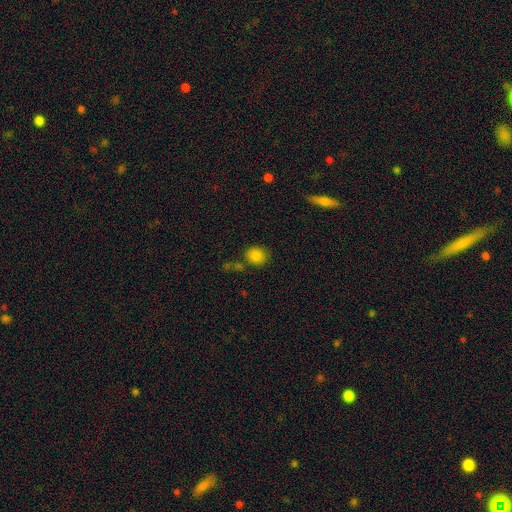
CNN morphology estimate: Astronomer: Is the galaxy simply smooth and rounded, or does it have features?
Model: smooth — 83%.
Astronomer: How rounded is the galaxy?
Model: round — 77%.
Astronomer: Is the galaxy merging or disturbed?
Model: none — 70%.